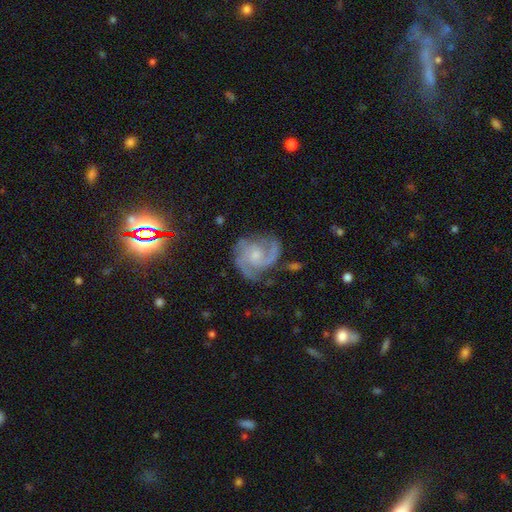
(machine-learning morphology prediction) Q: Smooth or featured?
A: featured or disk (87%); runner-up: smooth (7%)
Q: Edge-on disk?
A: no (98%); runner-up: yes (2%)
Q: Bar?
A: no (64%); runner-up: weak (31%)
Q: Spiral arms?
A: yes (97%); runner-up: no (3%)
Q: Spiral winding?
A: medium (52%); runner-up: tight (34%)
Q: Spiral arm count?
A: 2 (50%); runner-up: 3 (29%)
Q: Bulge size?
A: small (56%); runner-up: moderate (33%)
Q: Merging?
A: none (65%); runner-up: minor disturbance (21%)